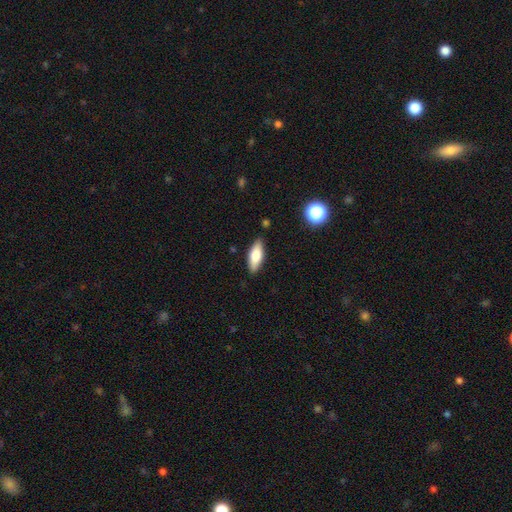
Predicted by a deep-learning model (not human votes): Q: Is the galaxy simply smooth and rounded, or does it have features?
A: smooth — 74%.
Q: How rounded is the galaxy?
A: in between — 69%.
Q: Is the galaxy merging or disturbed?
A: none — 85%.